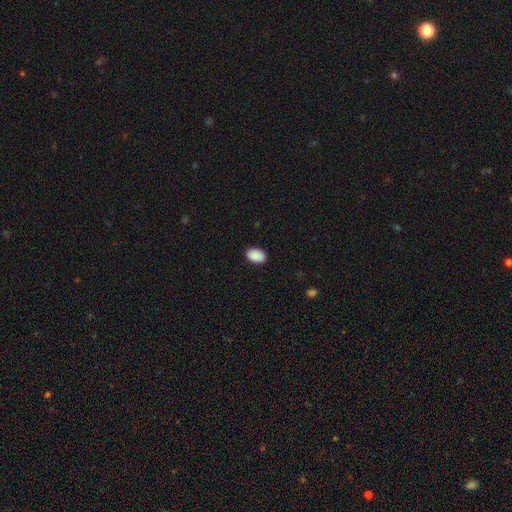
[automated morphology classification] Smooth or featured? smooth (91%)
How rounded? in between (89%)
Merging? none (88%)